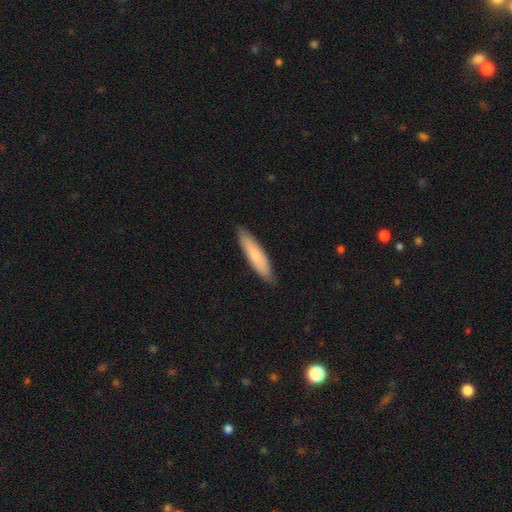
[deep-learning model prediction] Smooth or featured?
  - smooth: 73% *
  - featured or disk: 22%
  - star or artifact: 5%
How rounded?
  - cigar-shaped: 80% *
  - in between: 19%
  - round: 1%
Merging?
  - none: 88% *
  - minor disturbance: 10%
  - major disturbance: 2%
  - merger: 1%